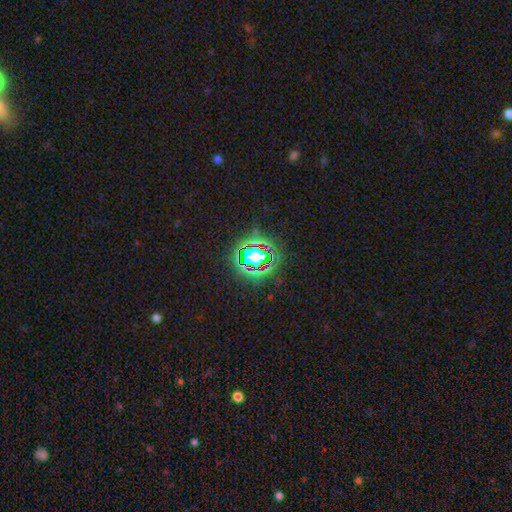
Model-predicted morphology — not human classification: Smooth or featured? star or artifact (82%)